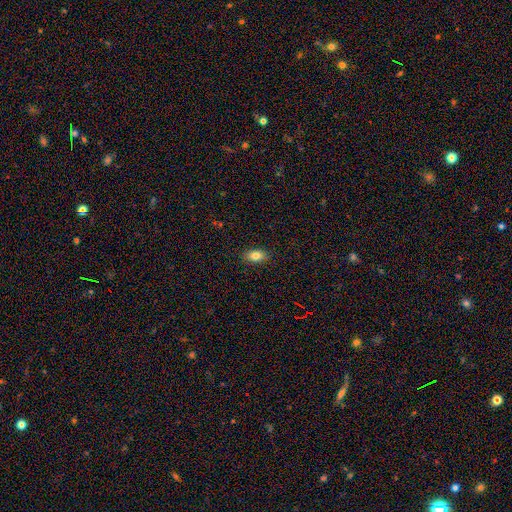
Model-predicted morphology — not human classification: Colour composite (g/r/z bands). It shows a smooth galaxy with no disk features (82%) that is in between round and cigar-shaped (89%). Merging: none (88%).